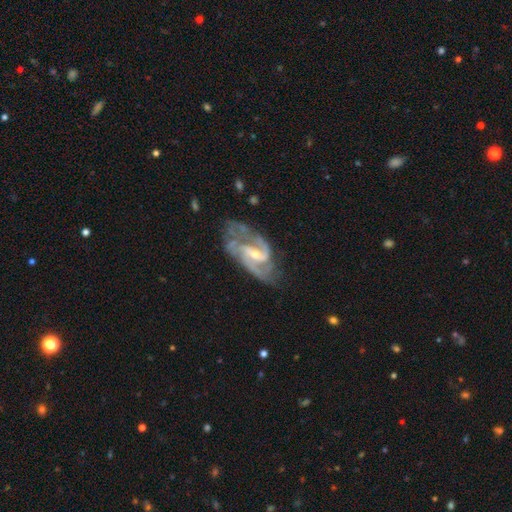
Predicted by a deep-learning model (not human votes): Smooth or featured: featured or disk — 89% (star or artifact — 6%)
Edge-on disk: no — 96% (yes — 4%)
Bar: weak — 50% (strong — 30%)
Spiral arms: yes — 97% (no — 3%)
Spiral winding: medium — 54% (tight — 23%)
Spiral arm count: 2 — 73% (3 — 11%)
Bulge size: small — 58% (moderate — 37%)
Merging: none — 66% (minor disturbance — 20%)